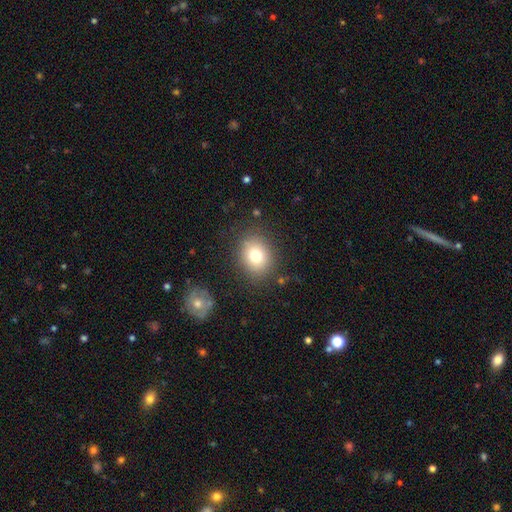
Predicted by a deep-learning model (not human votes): Smooth or featured? smooth (76%)
How rounded? round (65%)
Merging? none (84%)